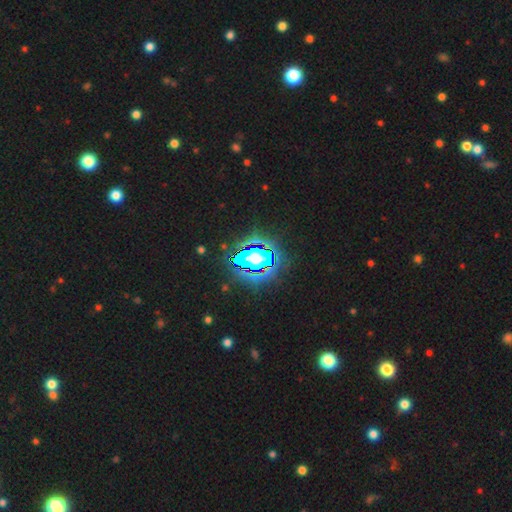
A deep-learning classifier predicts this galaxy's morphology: Smooth or featured?
  - star or artifact: 83% *
  - smooth: 10%
  - featured or disk: 7%